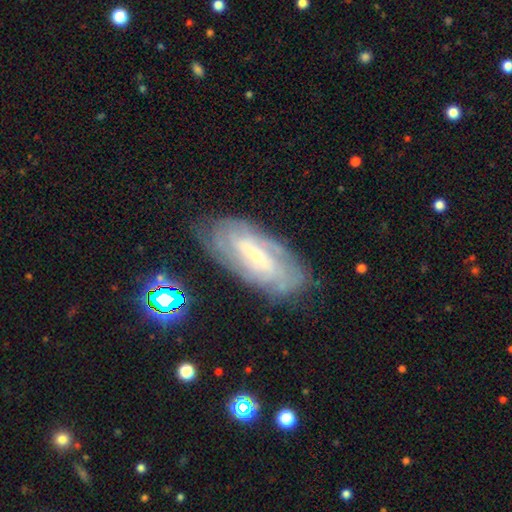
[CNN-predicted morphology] A featured or disk galaxy (79%) with a weak bar (45%), tight (67%) spiral arms (91%) and a small central bulge (75%). Merging: none (77%).